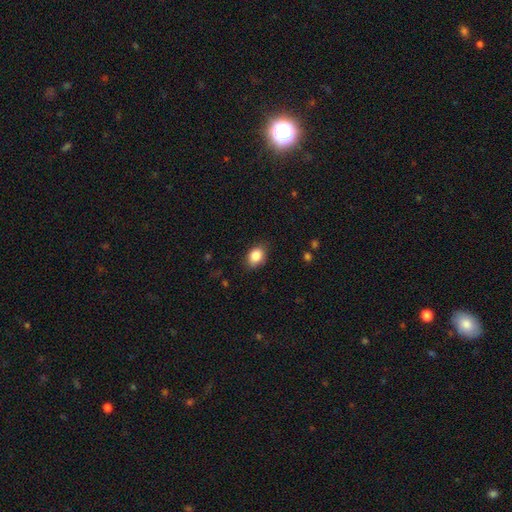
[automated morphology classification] type=smooth (86%); roundness=in between (70%); merging=none (82%).